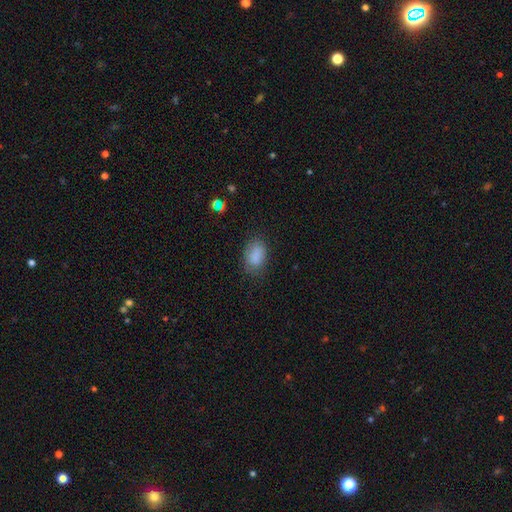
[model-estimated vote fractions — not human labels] This appears to be a smooth galaxy with no disk features (86%) that is in between round and cigar-shaped (86%). Merging: none (75%).